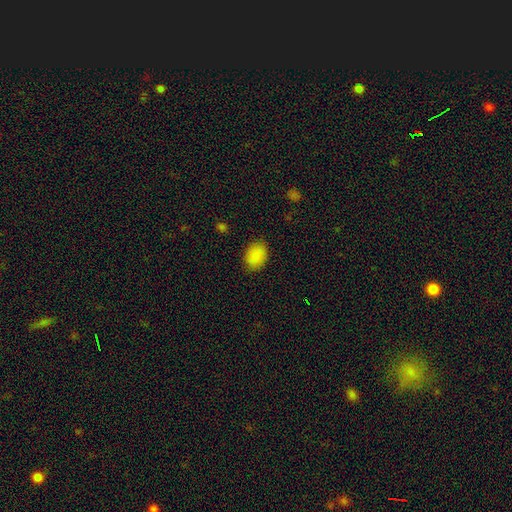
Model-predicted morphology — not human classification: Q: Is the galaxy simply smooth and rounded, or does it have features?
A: smooth — 88%.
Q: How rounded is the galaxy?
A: in between — 71%.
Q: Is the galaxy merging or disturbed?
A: none — 86%.